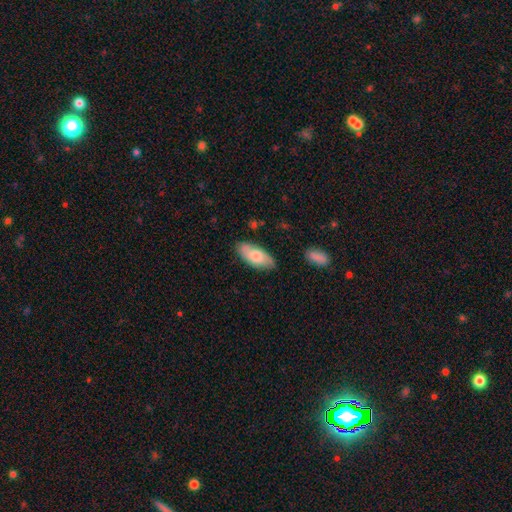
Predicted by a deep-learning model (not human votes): The model was most divided on "smooth or featured": smooth: 74%, featured or disk: 20%, star or artifact: 6%. More confident: how rounded — in between (89%); merging — none (79%).